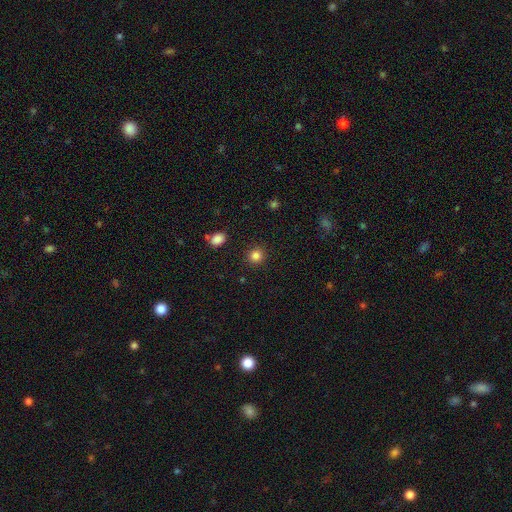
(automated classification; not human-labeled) This is clearly a smooth galaxy (84%). How rounded: clearly round (90%). Merging: clearly none (91%).